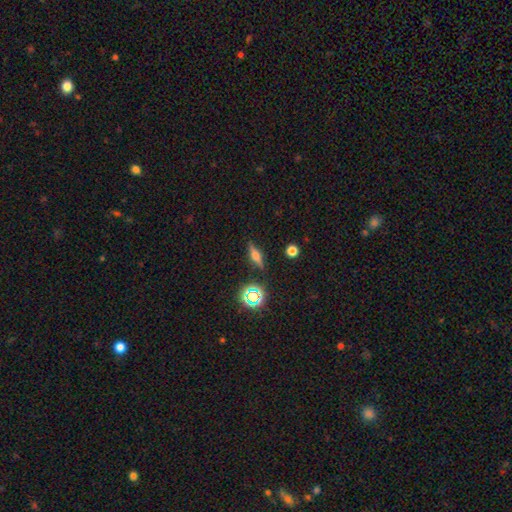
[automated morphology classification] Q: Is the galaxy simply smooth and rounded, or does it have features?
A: featured or disk — 48%.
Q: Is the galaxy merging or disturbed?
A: none — 86%.